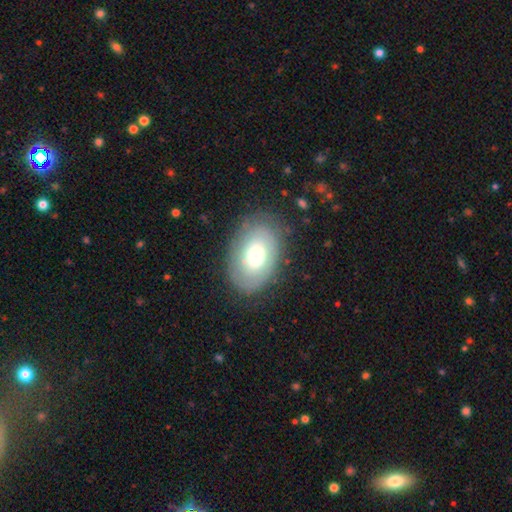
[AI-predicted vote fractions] smooth 59%, featured or disk 33%, star or artifact 8%. Down the decision tree: how rounded — in between (85%); merging — none (78%).